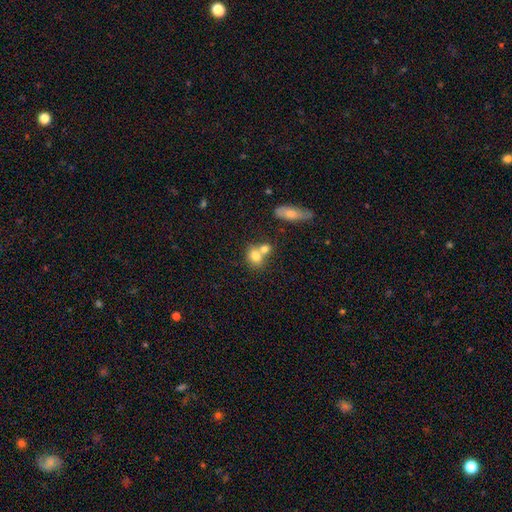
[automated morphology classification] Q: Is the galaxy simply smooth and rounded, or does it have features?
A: smooth — 77%.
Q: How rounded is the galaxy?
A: round — 50%.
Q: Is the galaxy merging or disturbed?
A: merger — 53%.